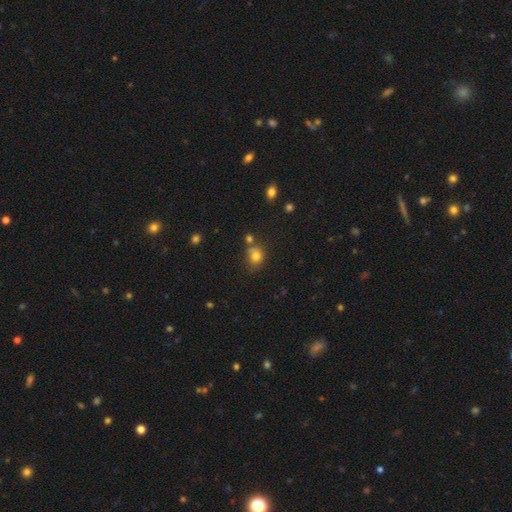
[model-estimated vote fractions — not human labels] Overall: smooth (79%). How rounded: round (66%; in between 33%). Merging: none (55%; merger 20%).